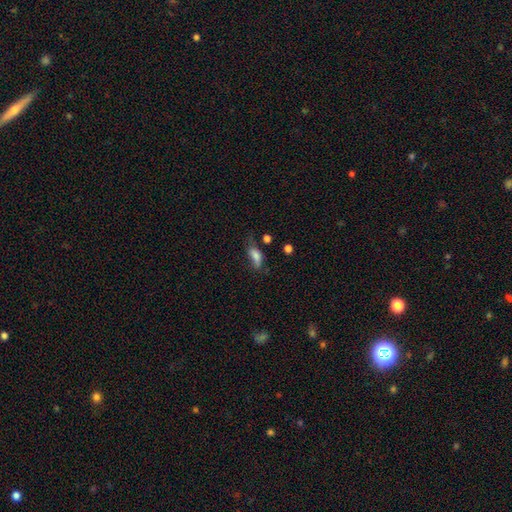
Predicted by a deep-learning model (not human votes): The model was most divided on "merging": none: 33%, minor disturbance: 31%, major disturbance: 30%, merger: 7%. More confident: how rounded — in between (81%); smooth or featured — smooth (72%).